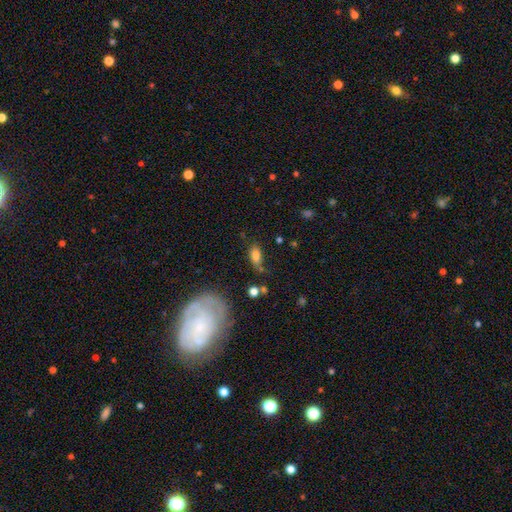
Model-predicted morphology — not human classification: smooth 77%, featured or disk 12%, star or artifact 10%. Down the decision tree: how rounded — in between (86%); merging — none (61%).